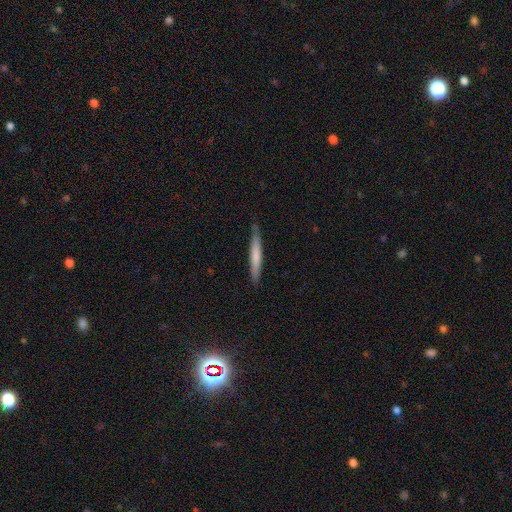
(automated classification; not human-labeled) smooth-or-featured: smooth: 65% | featured or disk: 30% | star or artifact: 5%
  how-rounded: cigar-shaped: 96% | in between: 3% | round: 1%
  merging: none: 84% | minor disturbance: 13% | major disturbance: 2% | merger: 1%